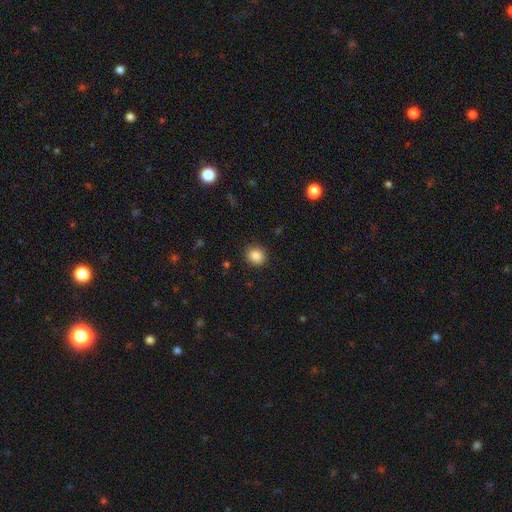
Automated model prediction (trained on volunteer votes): smooth 86%, star or artifact 10%, featured or disk 4%. Down the decision tree: how rounded — round (84%); merging — none (90%).